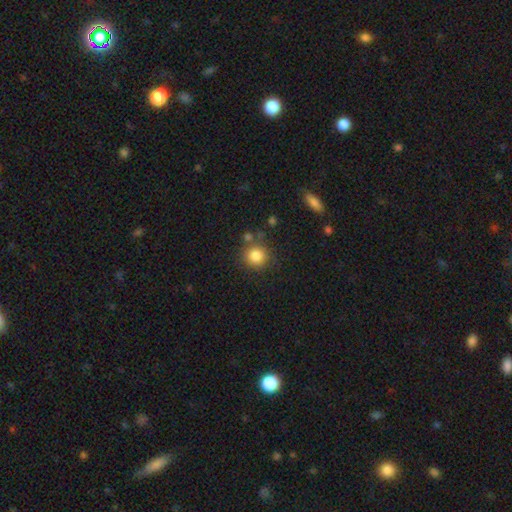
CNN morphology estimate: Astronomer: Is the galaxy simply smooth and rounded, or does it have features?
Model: smooth — 84%.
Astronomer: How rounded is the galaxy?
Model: round — 91%.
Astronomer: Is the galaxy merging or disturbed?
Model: none — 77%.